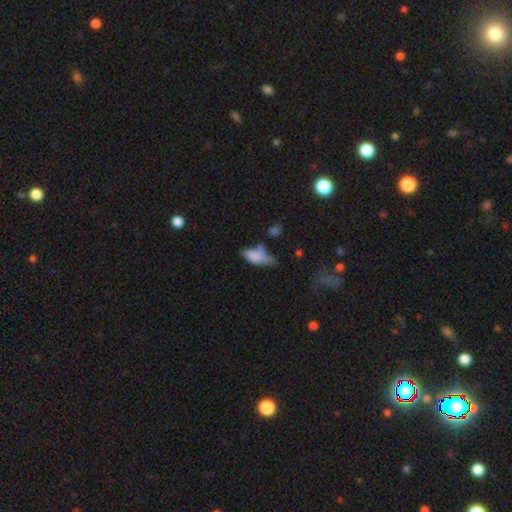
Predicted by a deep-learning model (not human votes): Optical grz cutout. It shows a smooth galaxy with no disk features (73%) that is in between round and cigar-shaped (81%). Merging: none (28%).